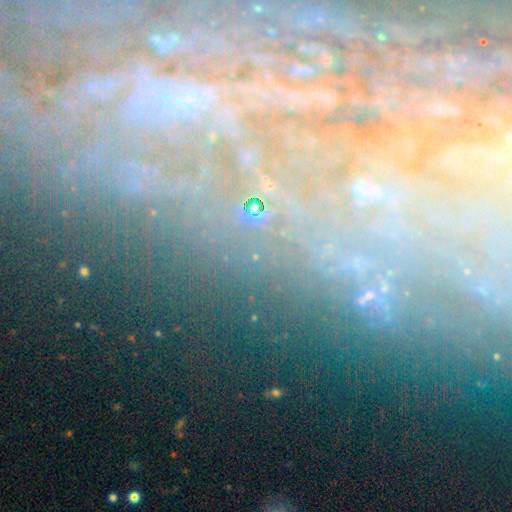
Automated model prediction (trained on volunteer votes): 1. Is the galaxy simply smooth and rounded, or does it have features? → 45% star or artifact, 31% featured or disk, 24% smooth.